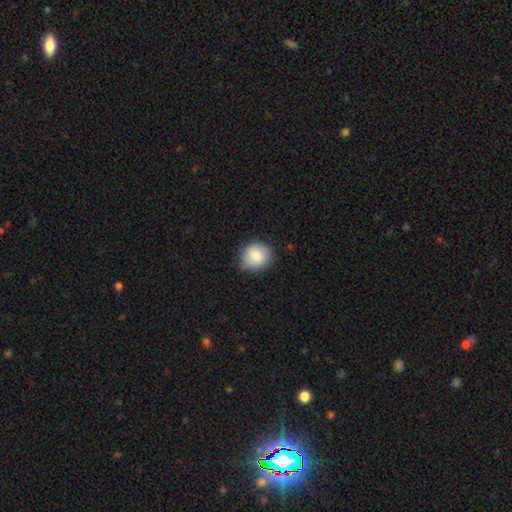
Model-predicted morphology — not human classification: The model was most divided on "merging": none: 78%, minor disturbance: 17%, major disturbance: 3%, merger: 1%. More confident: how rounded — round (86%); smooth or featured — smooth (84%).